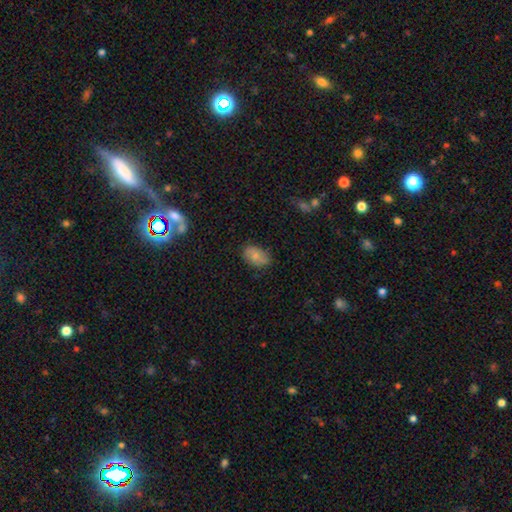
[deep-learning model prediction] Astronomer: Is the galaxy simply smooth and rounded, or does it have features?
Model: smooth — 76%.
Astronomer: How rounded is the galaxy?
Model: in between — 89%.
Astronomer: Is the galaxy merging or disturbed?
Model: none — 75%.